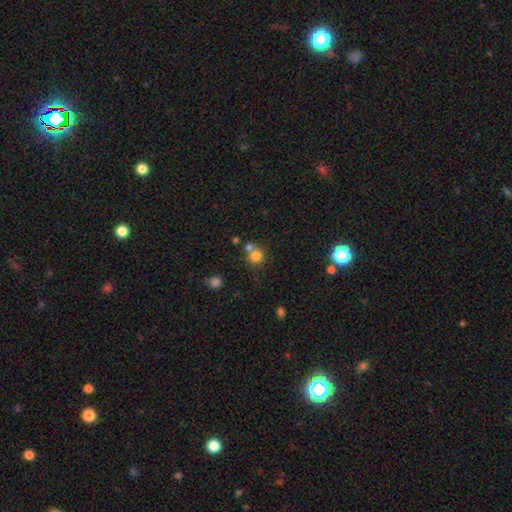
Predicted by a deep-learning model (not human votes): A smooth galaxy with no disk features (77%) that is round (88%).

Vote fractions:
- Smooth or featured? smooth: 77% / star or artifact: 14% / featured or disk: 9%
- How rounded? round: 88% / in between: 11% / cigar-shaped: 1%
- Merging? none: 54% / merger: 34% / minor disturbance: 8% / major disturbance: 4%